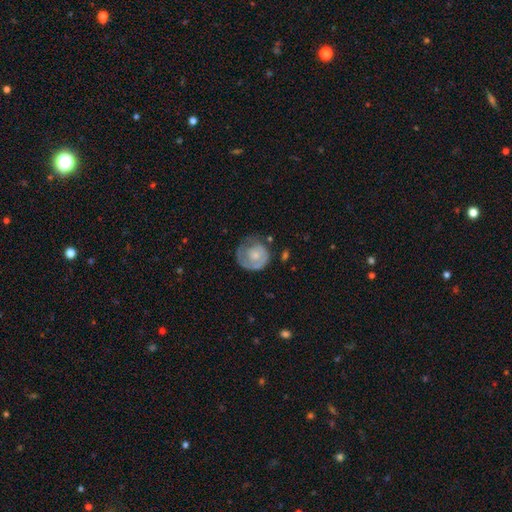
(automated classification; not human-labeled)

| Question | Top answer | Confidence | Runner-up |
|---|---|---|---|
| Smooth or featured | featured or disk | 47% | tied: smooth (47%) |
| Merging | none | 51% | minor disturbance (26%) |